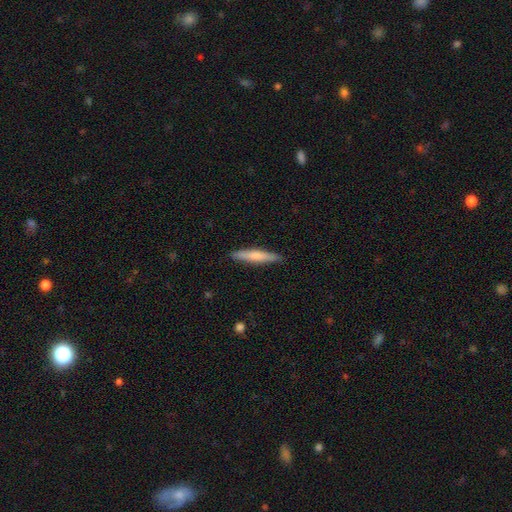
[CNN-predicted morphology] This appears to be a smooth galaxy with no disk features (62%) that is cigar-shaped (93%). Merging: none (90%).